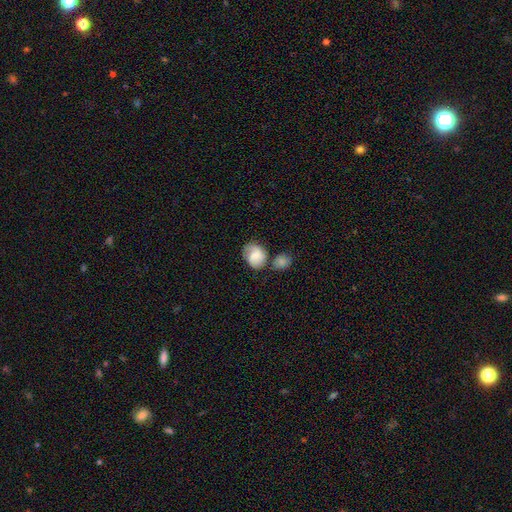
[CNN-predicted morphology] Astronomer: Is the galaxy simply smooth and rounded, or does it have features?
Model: smooth — 58% (runner-up: featured or disk, 34%).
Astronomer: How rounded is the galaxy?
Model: in between — 53% (runner-up: round, 46%).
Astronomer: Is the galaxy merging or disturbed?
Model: none — 48%.